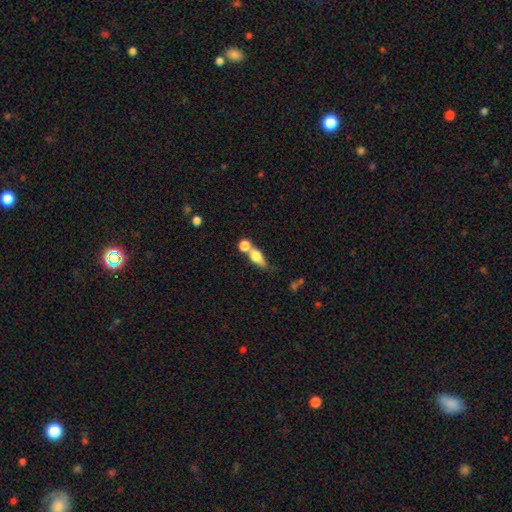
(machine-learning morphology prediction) This appears to be a smooth galaxy with no disk features (71%) that is in between round and cigar-shaped (65%). Merging: merger (55%).